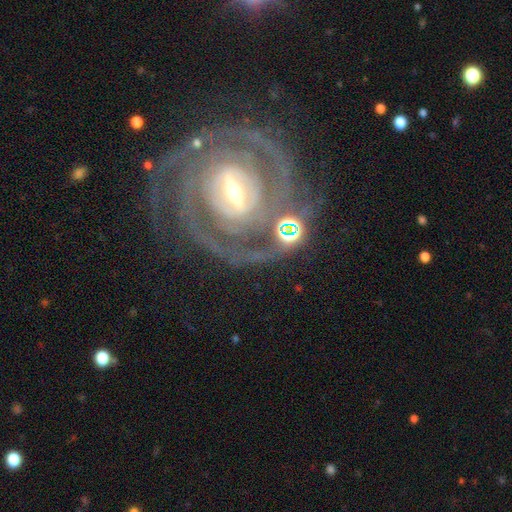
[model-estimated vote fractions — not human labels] This is clearly a featured or disk galaxy (89%). It is clearly not viewed edge-on (96%). Bar: possibly strong (49%). Spiral arm pattern: clearly yes (97%). Spiral arm count: possibly 2 (55%). Spiral winding: likely tight (75%). Central bulge: possibly small (52%). Merging: likely none (69%).